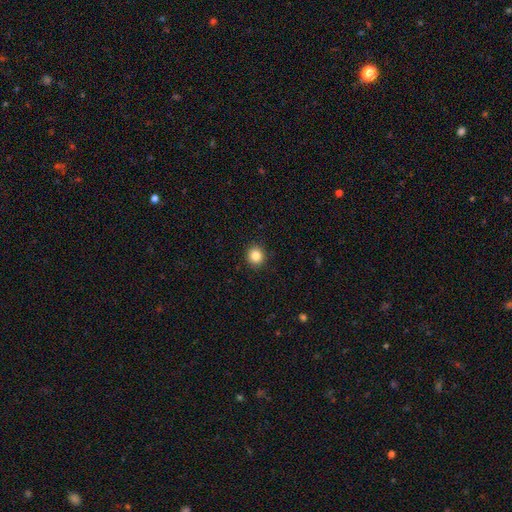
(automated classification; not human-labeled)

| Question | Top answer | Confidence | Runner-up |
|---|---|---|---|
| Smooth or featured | smooth | 84% | star or artifact (10%) |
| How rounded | round | 91% | in between (8%) |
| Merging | none | 92% | minor disturbance (5%) |